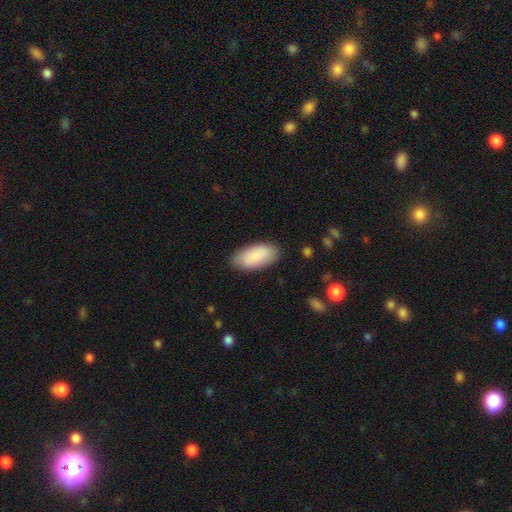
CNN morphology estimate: Overall: smooth (88%). How rounded: in between (92%). Merging: none (85%).